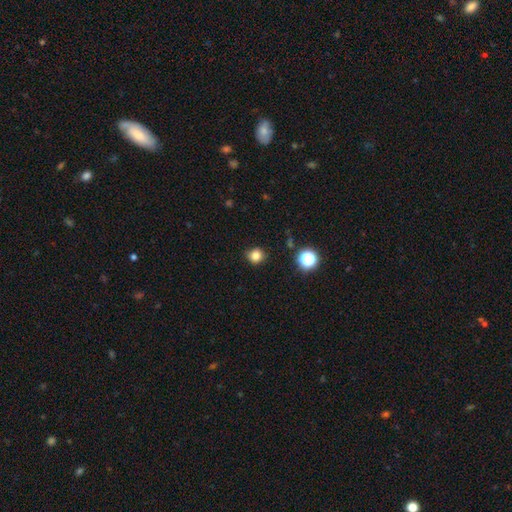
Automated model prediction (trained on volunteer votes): Overall: smooth (81%). How rounded: round (86%). Merging: none (87%).